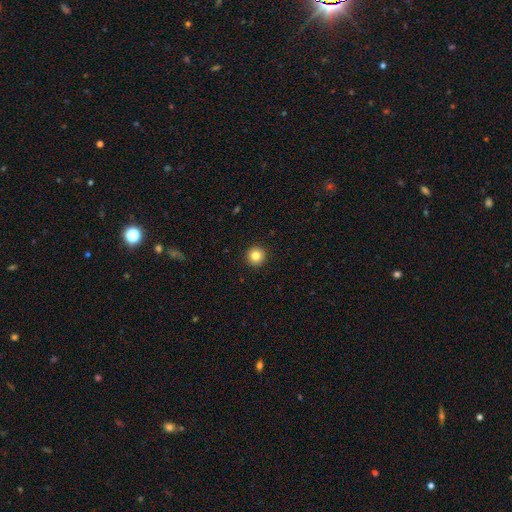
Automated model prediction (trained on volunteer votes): Smooth or featured? smooth (83%)
How rounded? round (96%)
Merging? none (94%)